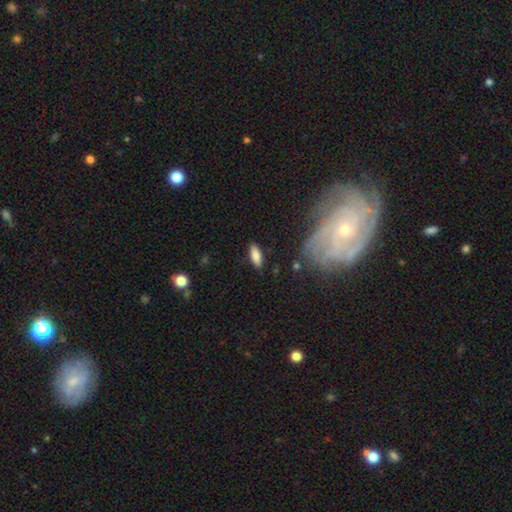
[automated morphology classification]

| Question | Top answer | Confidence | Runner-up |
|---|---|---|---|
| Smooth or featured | smooth | 82% | featured or disk (12%) |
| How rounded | in between | 67% | cigar-shaped (31%) |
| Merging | none | 85% | minor disturbance (10%) |